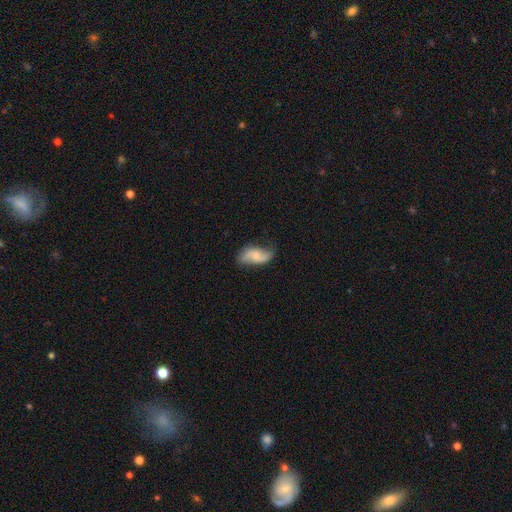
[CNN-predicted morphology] This appears to be a featured or disk galaxy (61%) with no bar (56%), 2 (89%) loose (74%) spiral arms (91%) and a small central bulge (44%). Merging: none (64%).